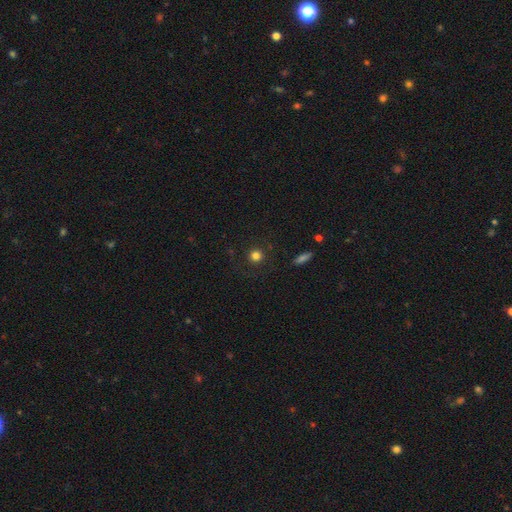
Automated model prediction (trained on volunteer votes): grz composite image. It shows a smooth galaxy with no disk features (80%) that is round (95%). Merging: none (88%).